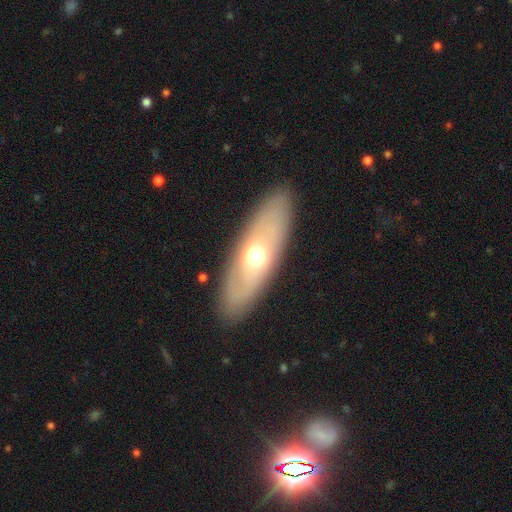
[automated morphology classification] Q: Smooth or featured?
A: smooth (47%); tied with: featured or disk (47%)
Q: Merging?
A: none (87%); runner-up: minor disturbance (9%)